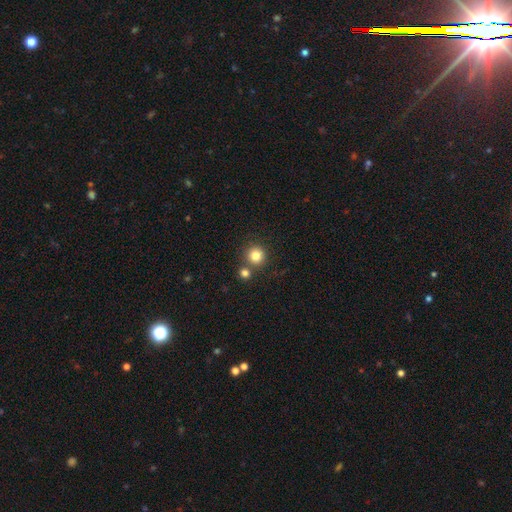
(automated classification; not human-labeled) Smooth or featured? smooth (82%)
How rounded? round (94%)
Merging? none (75%)